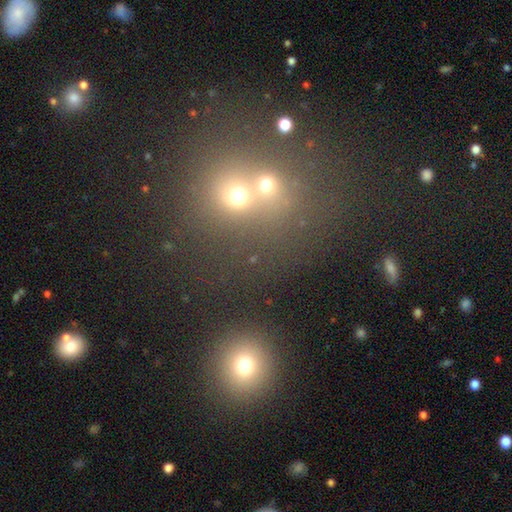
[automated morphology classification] Smooth or featured? Predicted: smooth (p=0.51). How rounded? Predicted: round (p=0.82). Merging? Predicted: none (p=0.52).